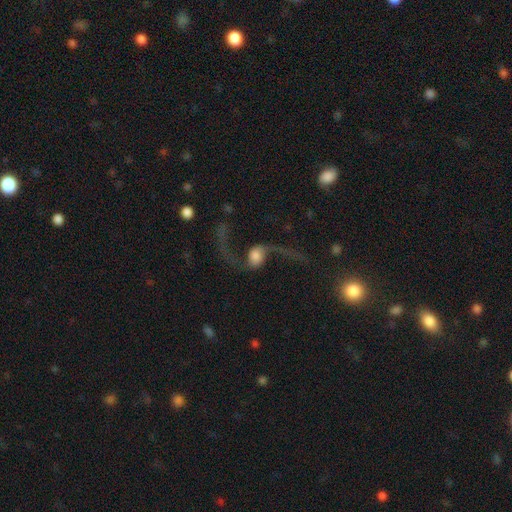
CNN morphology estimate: Smooth or featured? featured or disk (83%)
Edge-on disk? no (95%)
Bar? no (62%)
Spiral arms? yes (95%)
Spiral winding? loose (95%)
Spiral arm count? 2 (93%)
Bulge size? large (36%)
Merging? none (56%)